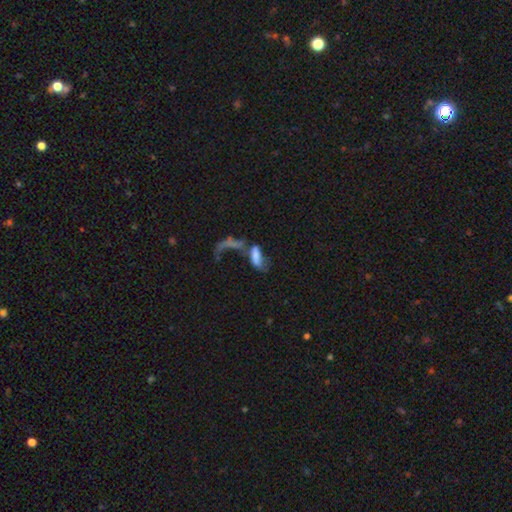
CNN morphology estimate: A smooth galaxy with no disk features (57%) that is in between round and cigar-shaped (73%).

Vote fractions:
- Smooth or featured? smooth: 57% / featured or disk: 31% / star or artifact: 12%
- How rounded? in between: 73% / cigar-shaped: 23% / round: 4%
- Merging? merger: 46% / major disturbance: 31% / none: 15% / minor disturbance: 8%